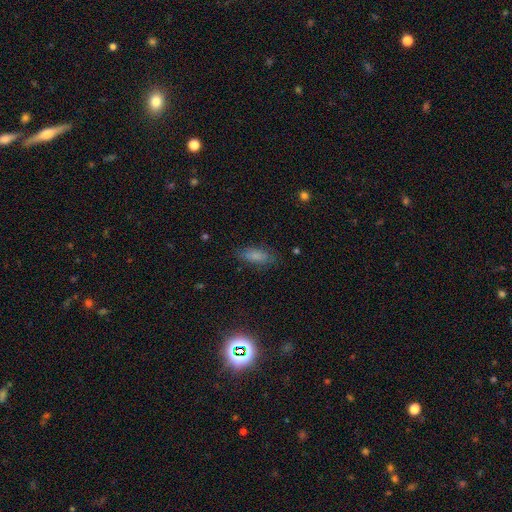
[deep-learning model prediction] Q: Smooth or featured?
A: smooth (81%); runner-up: star or artifact (10%)
Q: How rounded?
A: in between (79%); runner-up: cigar-shaped (18%)
Q: Merging?
A: none (79%); runner-up: minor disturbance (15%)